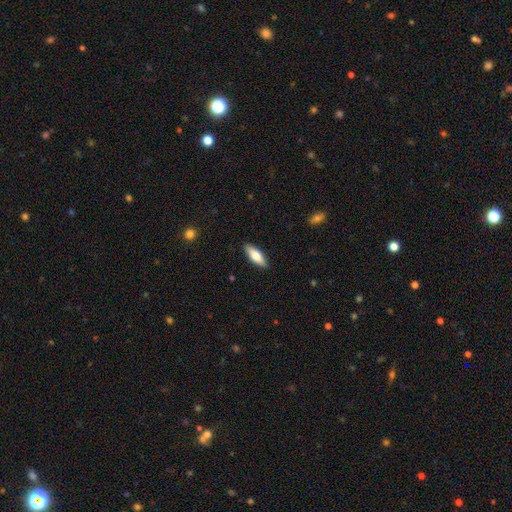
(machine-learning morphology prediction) Overall: smooth (70%). How rounded: in between (59%; cigar-shaped 39%). Merging: none (88%).